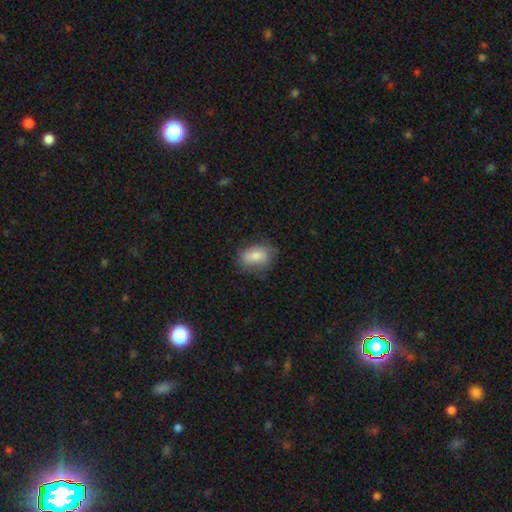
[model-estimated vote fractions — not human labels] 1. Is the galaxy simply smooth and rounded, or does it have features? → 72% smooth, 19% featured or disk, 8% star or artifact.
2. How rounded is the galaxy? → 79% in between, 19% round, 2% cigar-shaped.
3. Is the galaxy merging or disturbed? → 64% none, 26% minor disturbance, 9% major disturbance, 2% merger.